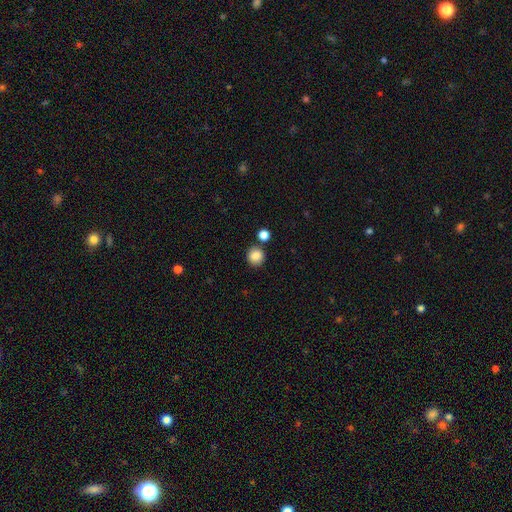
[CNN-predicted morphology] A smooth galaxy with no disk features (86%) that is round (90%). Merging: none (82%).